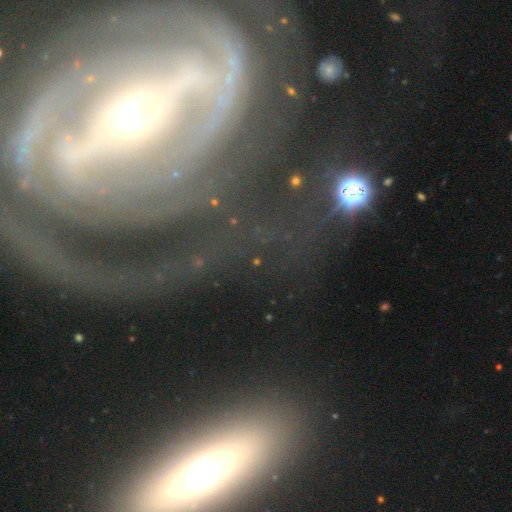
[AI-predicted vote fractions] smooth-or-featured: featured or disk: 76% | smooth: 16% | star or artifact: 7%
  disk-edge-on: no: 88% | yes: 12%
    bar: strong: 51% | no: 26% | weak: 22%
    has-spiral-arms: yes: 81% | no: 19%
      spiral-winding: tight: 53% | medium: 31% | loose: 16%
      spiral-arm-count: 2: 53% | can't tell: 21% | 3: 9% | 1: 7% | 4: 5% | more than 4: 5%
    bulge-size: small: 50% | moderate: 38% | large: 8% | dominant: 3% | none: 2%
  merging: none: 53% | major disturbance: 19% | minor disturbance: 17% | merger: 12%